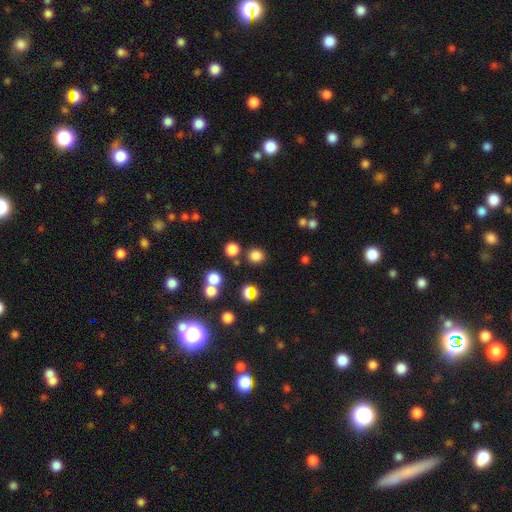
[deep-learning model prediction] Smooth or featured?
  - smooth: 77% *
  - star or artifact: 18%
  - featured or disk: 5%
How rounded?
  - round: 86% *
  - in between: 13%
  - cigar-shaped: 1%
Merging?
  - none: 82% *
  - minor disturbance: 8%
  - merger: 7%
  - major disturbance: 3%